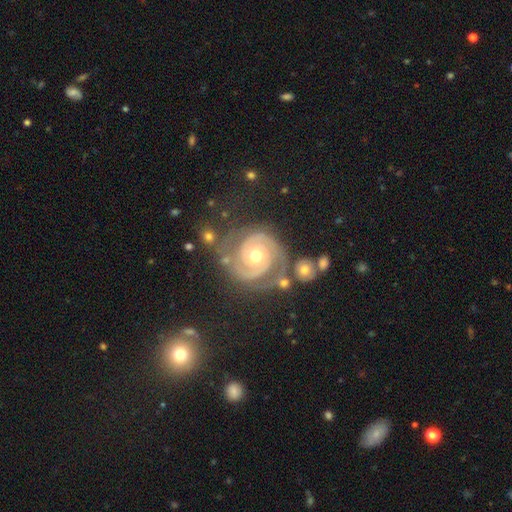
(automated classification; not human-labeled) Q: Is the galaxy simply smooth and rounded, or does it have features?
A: featured or disk — 89%.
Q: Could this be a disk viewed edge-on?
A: no — 98%.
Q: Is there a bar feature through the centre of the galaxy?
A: no — 76%.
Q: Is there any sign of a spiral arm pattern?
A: yes — 98%.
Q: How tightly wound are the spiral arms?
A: tight — 68%.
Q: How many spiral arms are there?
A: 2 — 88%.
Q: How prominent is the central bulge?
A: moderate — 72%.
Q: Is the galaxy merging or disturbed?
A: none — 68%.